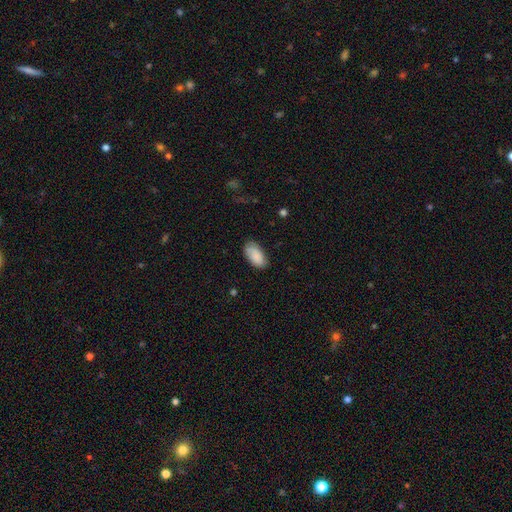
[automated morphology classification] Smooth or featured?
  - smooth: 86% *
  - featured or disk: 8%
  - star or artifact: 6%
How rounded?
  - in between: 94% *
  - cigar-shaped: 3%
  - round: 3%
Merging?
  - none: 78% *
  - minor disturbance: 17%
  - major disturbance: 4%
  - merger: 1%